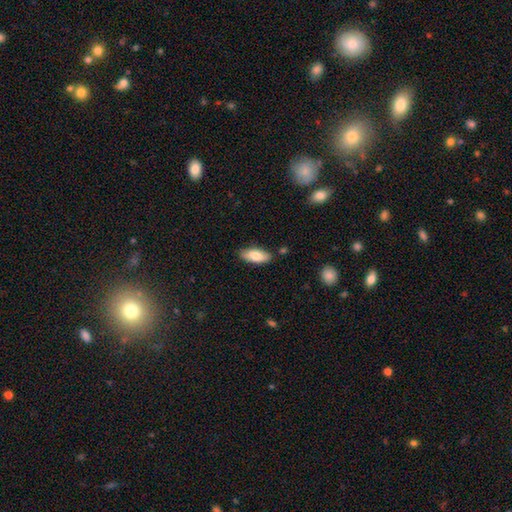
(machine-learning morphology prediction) The model was most divided on "smooth or featured": smooth: 79%, featured or disk: 15%, star or artifact: 6%. More confident: merging — none (84%); how rounded — in between (83%).